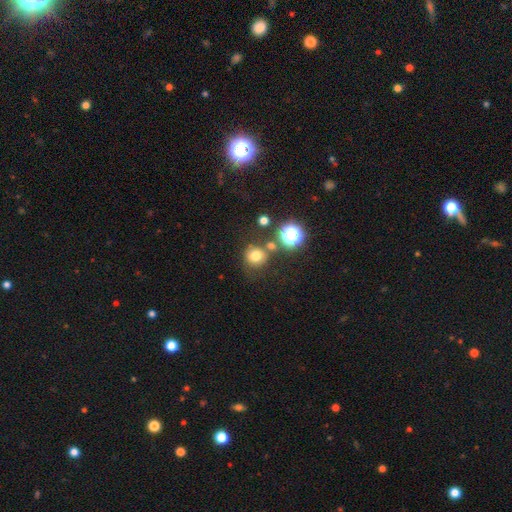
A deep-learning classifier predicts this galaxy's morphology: type=smooth (73%); roundness=round (91%); merging=none (71%).